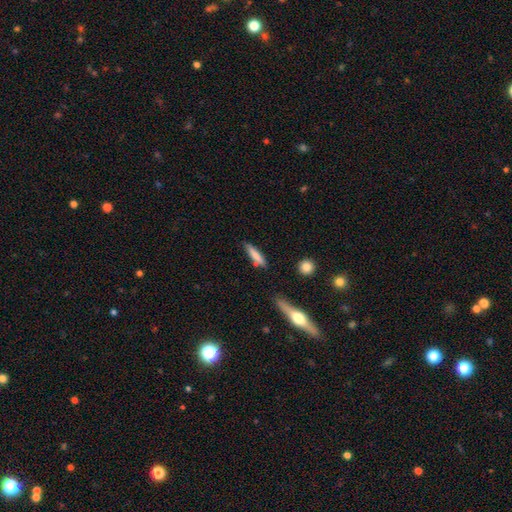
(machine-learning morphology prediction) Smooth or featured? smooth (77%)
How rounded? cigar-shaped (80%)
Merging? none (76%)